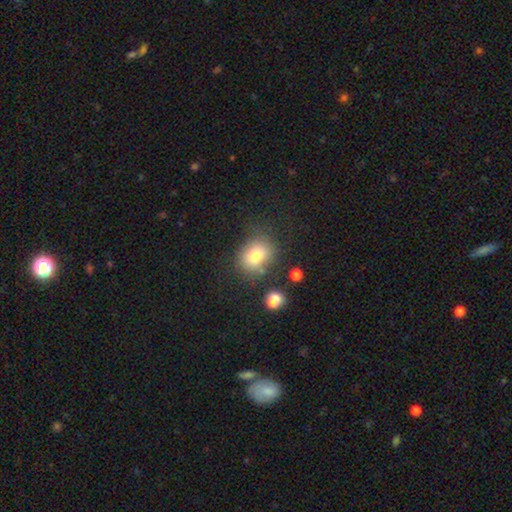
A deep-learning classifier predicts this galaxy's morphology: A smooth galaxy with no disk features (77%) that is round (58%).

Vote fractions:
- Smooth or featured? smooth: 77% / star or artifact: 12% / featured or disk: 11%
- How rounded? round: 58% / in between: 41% / cigar-shaped: 1%
- Merging? none: 70% / minor disturbance: 16% / merger: 7% / major disturbance: 6%